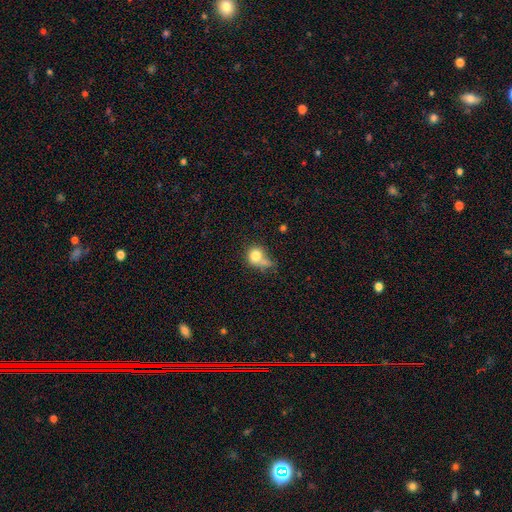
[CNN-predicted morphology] A smooth galaxy with no disk features (77%) that is round (73%). Merging: none (36%).